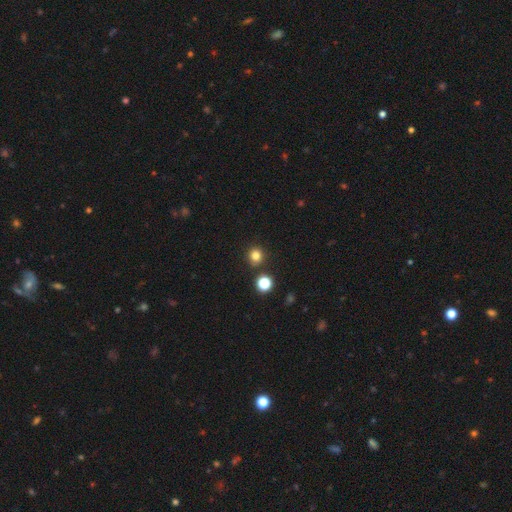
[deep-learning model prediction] smooth 80%, star or artifact 15%, featured or disk 5%. Down the decision tree: how rounded — round (91%); merging — none (87%).